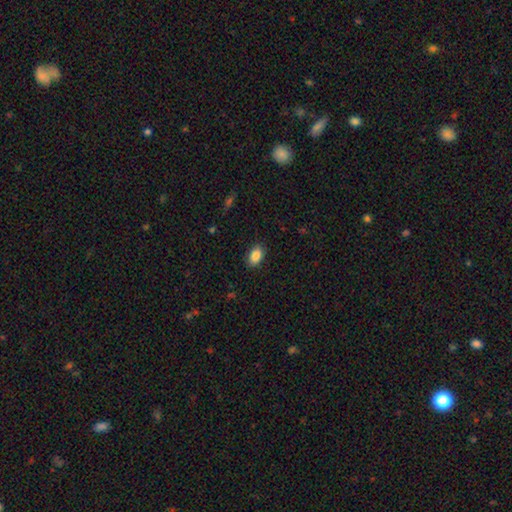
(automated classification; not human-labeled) Smooth or featured: smooth — 87% (star or artifact — 8%)
How rounded: in between — 89% (round — 10%)
Merging: none — 87% (minor disturbance — 10%)